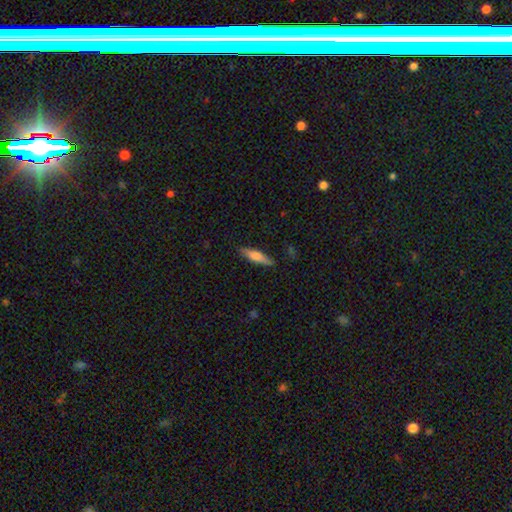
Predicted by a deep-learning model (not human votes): Smooth or featured? smooth (64%)
How rounded? cigar-shaped (77%)
Merging? none (86%)